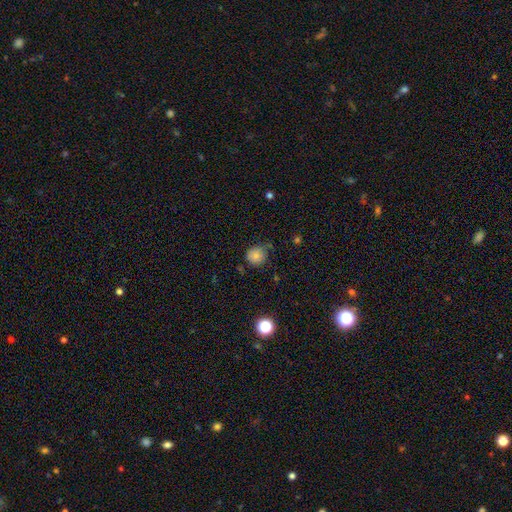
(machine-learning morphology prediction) Smooth or featured: smooth — 79% (star or artifact — 12%)
How rounded: round — 89% (in between — 10%)
Merging: none — 67% (minor disturbance — 24%)